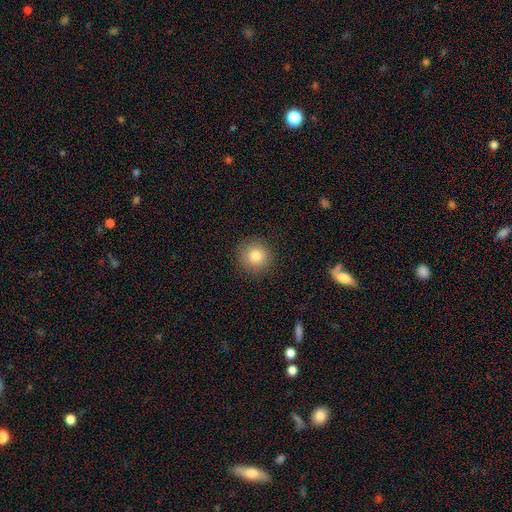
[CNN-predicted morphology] smooth 81%, star or artifact 11%, featured or disk 8%. Down the decision tree: how rounded — round (94%); merging — none (90%).